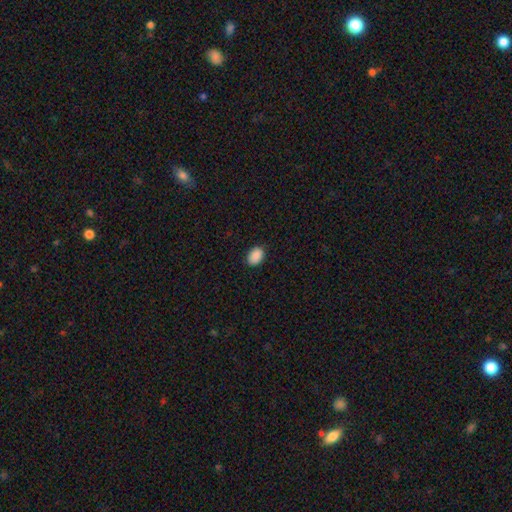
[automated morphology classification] smooth-or-featured: smooth: 90% | star or artifact: 8% | featured or disk: 2%
  how-rounded: in between: 79% | round: 20% | cigar-shaped: 1%
  merging: none: 89% | minor disturbance: 9% | major disturbance: 2% | merger: 1%